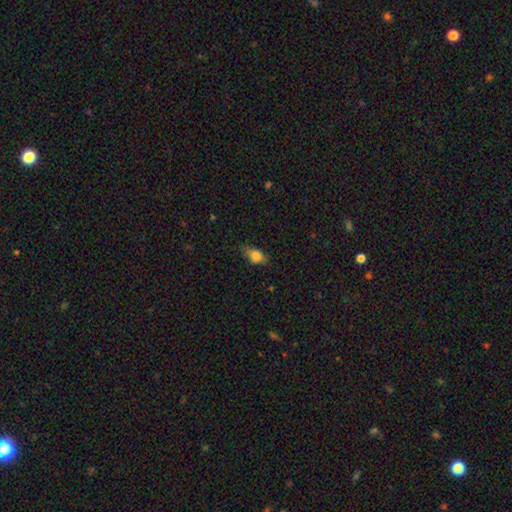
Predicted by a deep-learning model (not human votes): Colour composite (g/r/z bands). It shows a smooth galaxy with no disk features (81%) that is in between round and cigar-shaped (81%). Merging: none (67%).